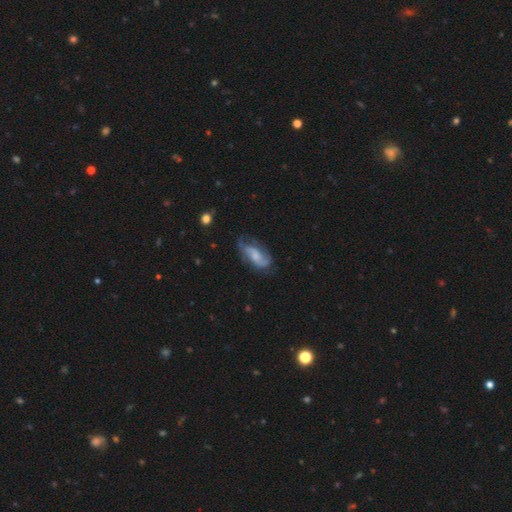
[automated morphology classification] Overall: featured or disk (64%; smooth 29%). Edge-on disk: no (93%). Bar: no (53%; weak 37%). Spiral arms: yes (89%). Spiral arm count: 2 (77%). Spiral winding: medium (41%; loose 39%). Bulge size: small (39%; moderate 33%). Merging: none (57%; minor disturbance 27%).